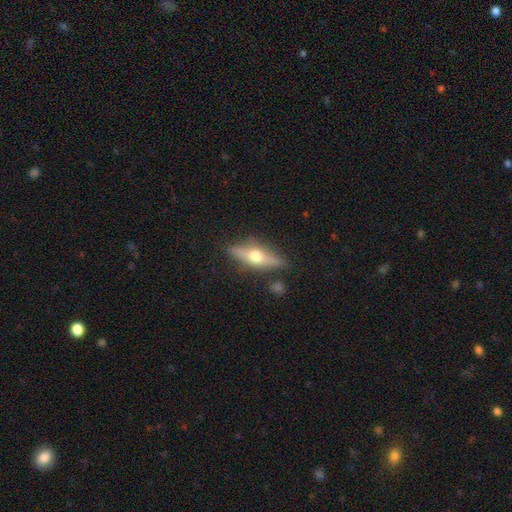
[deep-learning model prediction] A featured or disk galaxy (58%) viewed edge-on (91%) with a rounded central bulge (95%).

Vote fractions:
- Smooth or featured? featured or disk: 58% / smooth: 35% / star or artifact: 7%
- Edge-on disk? yes: 91% / no: 9%
- Edge-on bulge? rounded: 95% / boxy: 3% / none: 2%
- Merging? none: 81% / minor disturbance: 13% / major disturbance: 3% / merger: 3%